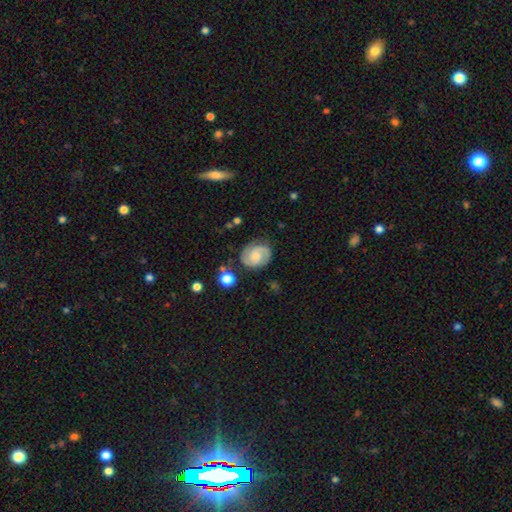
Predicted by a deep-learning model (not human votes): Overall: featured or disk (72%). Edge-on disk: no (98%). Bar: no (61%; weak 33%). Spiral arms: yes (95%). Spiral arm count: 2 (86%). Spiral winding: tight (45%; medium 43%). Bulge size: small (38%; moderate 32%). Merging: none (78%).